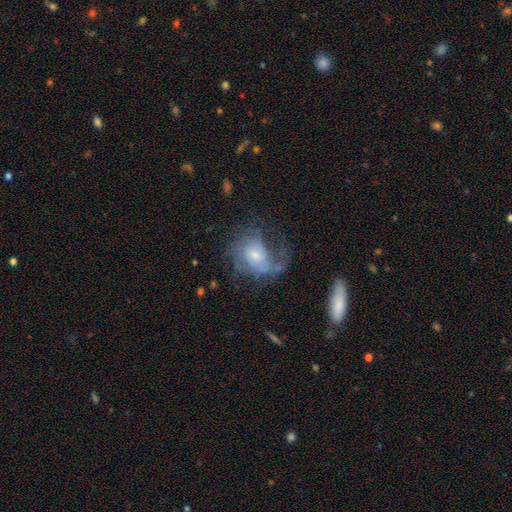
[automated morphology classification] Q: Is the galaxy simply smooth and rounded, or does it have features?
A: featured or disk — 66%.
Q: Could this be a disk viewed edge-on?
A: no — 97%.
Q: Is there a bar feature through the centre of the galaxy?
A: no — 65%.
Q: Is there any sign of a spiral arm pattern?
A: yes — 79%.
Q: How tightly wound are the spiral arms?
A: medium — 39%.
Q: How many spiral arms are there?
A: can't tell — 30%.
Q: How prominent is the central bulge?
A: small — 52%.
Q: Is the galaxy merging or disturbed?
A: major disturbance — 41%.